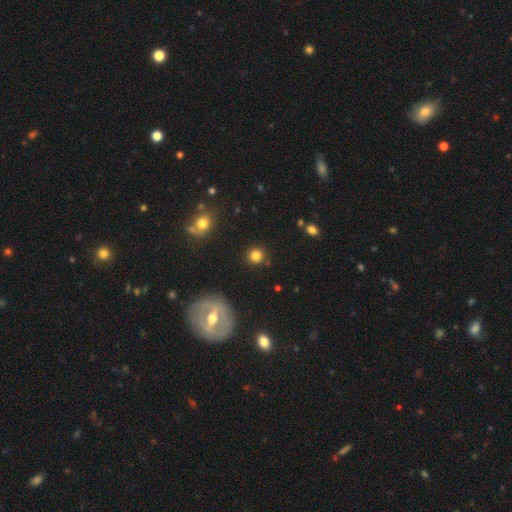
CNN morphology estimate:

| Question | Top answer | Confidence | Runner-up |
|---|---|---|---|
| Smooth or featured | smooth | 80% | star or artifact (14%) |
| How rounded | round | 92% | in between (6%) |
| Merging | none | 88% | minor disturbance (7%) |